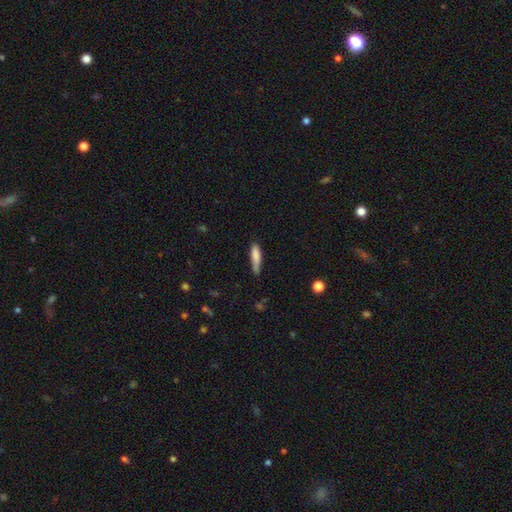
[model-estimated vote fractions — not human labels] Smooth or featured? Predicted: smooth (p=0.82). How rounded? Predicted: cigar-shaped (p=0.75). Merging? Predicted: none (p=0.61).